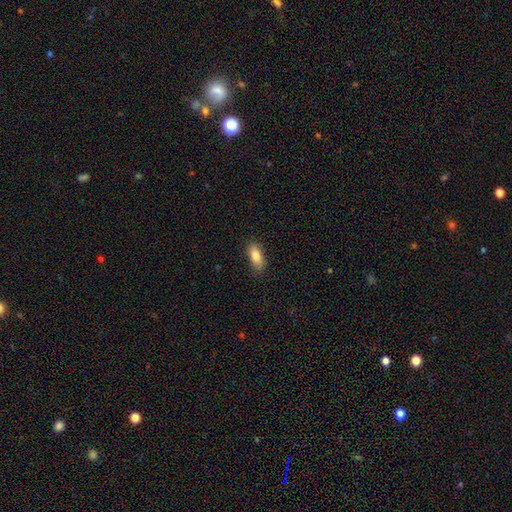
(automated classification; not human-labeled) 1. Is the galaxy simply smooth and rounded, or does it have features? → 85% smooth, 8% featured or disk, 7% star or artifact.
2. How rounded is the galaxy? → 83% in between, 13% cigar-shaped, 3% round.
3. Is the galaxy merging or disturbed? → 75% none, 19% minor disturbance, 4% major disturbance, 1% merger.